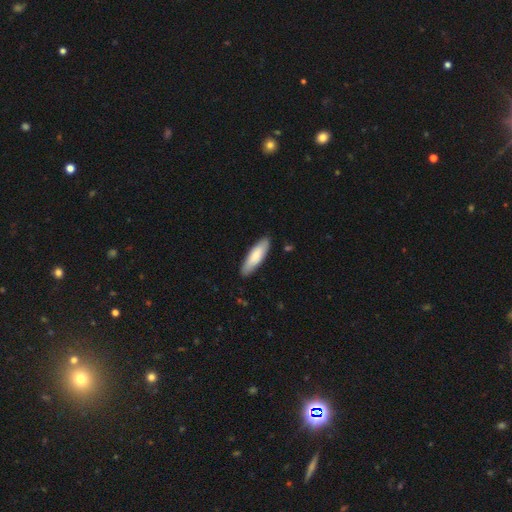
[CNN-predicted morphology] Smooth or featured? Predicted: smooth (p=0.79). How rounded? Predicted: cigar-shaped (p=0.57). Merging? Predicted: none (p=0.87).